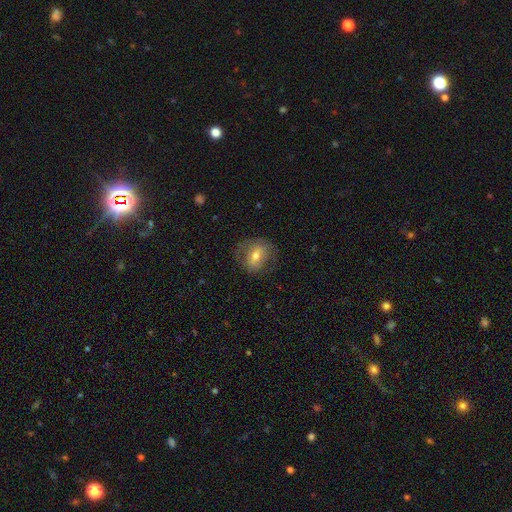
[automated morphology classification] featured or disk 47%, smooth 44%, star or artifact 9%. Down the decision tree: merging — none (70%).